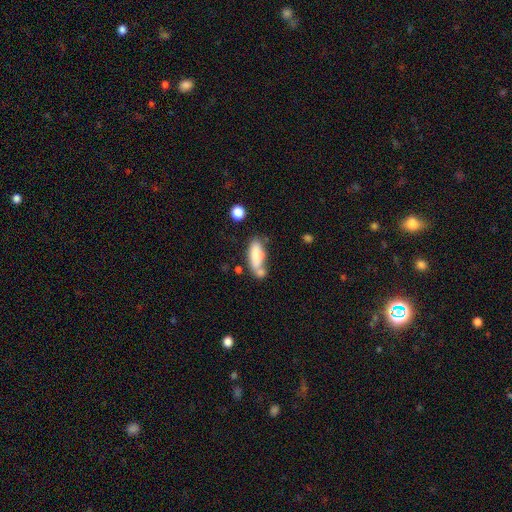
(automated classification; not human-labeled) Overall: smooth (74%). How rounded: in between (68%; cigar-shaped 29%). Merging: merger (36%; none 34%).